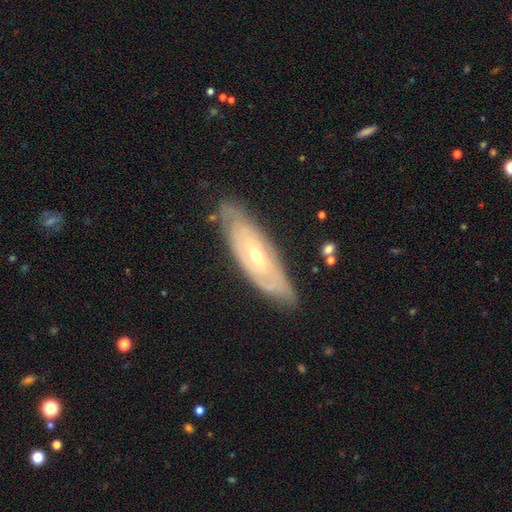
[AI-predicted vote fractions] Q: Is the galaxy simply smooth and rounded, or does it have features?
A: featured or disk — 75%.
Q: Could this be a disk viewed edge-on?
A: no — 77%.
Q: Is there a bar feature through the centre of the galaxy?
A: no — 67%.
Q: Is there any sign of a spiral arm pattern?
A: yes — 76%.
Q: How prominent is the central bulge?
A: small — 56%.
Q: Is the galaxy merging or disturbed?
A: none — 78%.